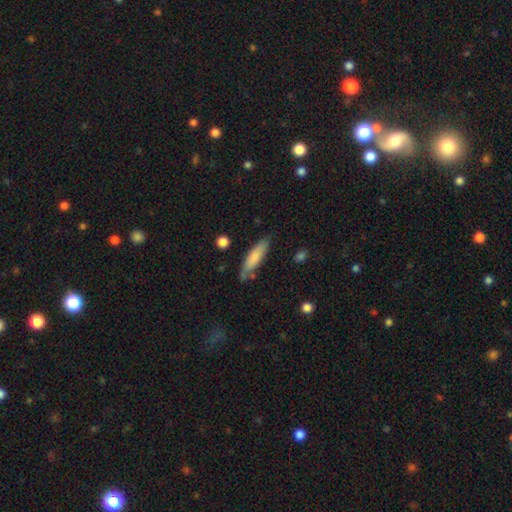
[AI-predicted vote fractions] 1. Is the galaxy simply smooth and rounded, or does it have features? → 76% smooth, 18% featured or disk, 6% star or artifact.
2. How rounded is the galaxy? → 69% cigar-shaped, 30% in between, 2% round.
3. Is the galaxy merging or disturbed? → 73% none, 19% minor disturbance, 4% merger, 4% major disturbance.